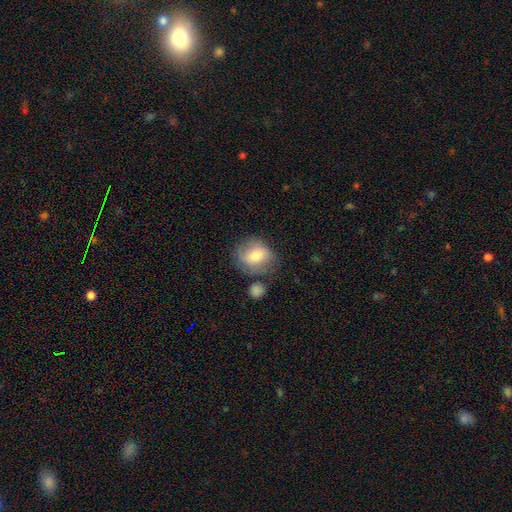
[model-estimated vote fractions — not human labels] Overall: smooth (69%). How rounded: round (68%; in between 30%). Merging: none (62%).